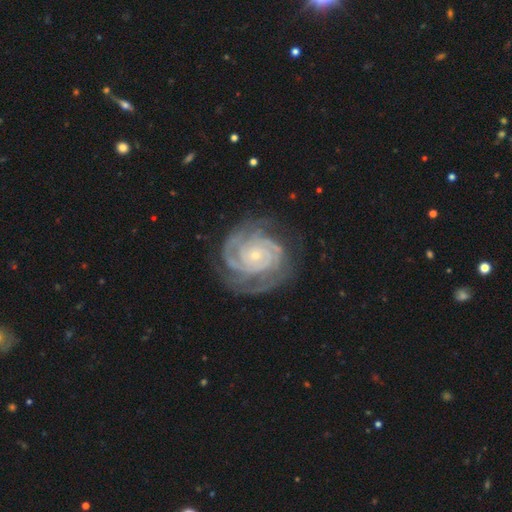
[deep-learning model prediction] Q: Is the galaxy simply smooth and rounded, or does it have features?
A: featured or disk — 91%.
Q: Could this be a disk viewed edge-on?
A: no — 98%.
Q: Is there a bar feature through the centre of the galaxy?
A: no — 77%.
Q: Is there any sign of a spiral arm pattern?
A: yes — 98%.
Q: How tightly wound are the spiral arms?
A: tight — 80%.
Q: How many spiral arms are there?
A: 3 — 28%.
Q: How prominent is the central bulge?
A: small — 79%.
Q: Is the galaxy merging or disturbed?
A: none — 74%.